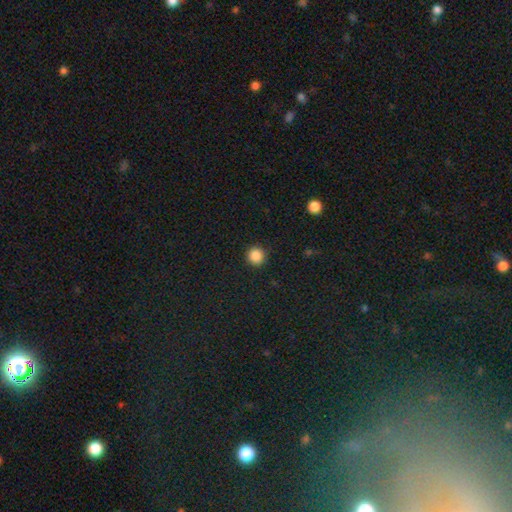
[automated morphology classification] A smooth galaxy with no disk features (87%) that is round (93%).

Vote fractions:
- Smooth or featured? smooth: 87% / star or artifact: 10% / featured or disk: 3%
- How rounded? round: 93% / in between: 6% / cigar-shaped: 1%
- Merging? none: 91% / minor disturbance: 6% / major disturbance: 2% / merger: 1%